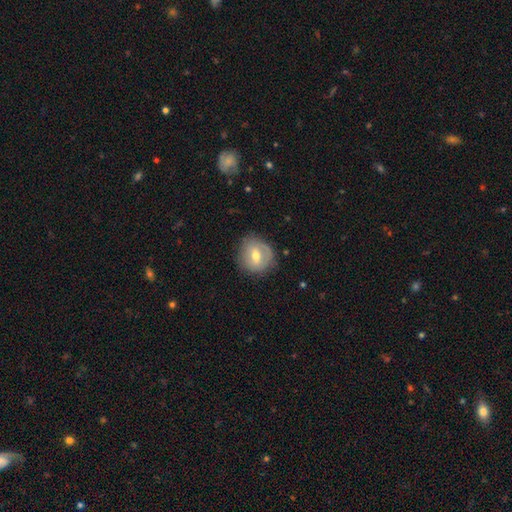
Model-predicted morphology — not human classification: smooth_or_featured: smooth (p=0.53) [alt: featured or disk p=0.40]
how_rounded: round (p=0.80) [alt: in between p=0.19]
merging: none (p=0.74) [alt: minor disturbance p=0.19]